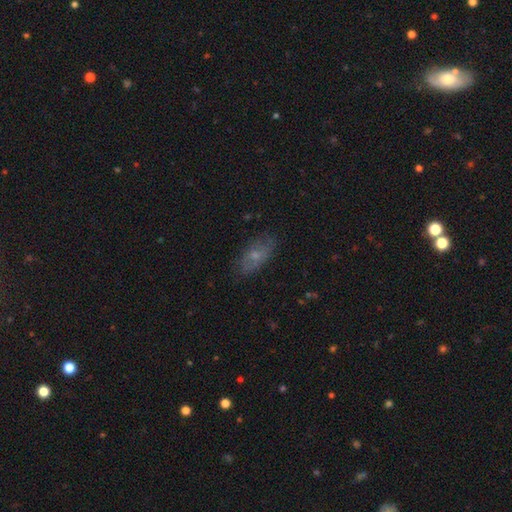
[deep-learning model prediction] smooth 57%, featured or disk 32%, star or artifact 10%. Down the decision tree: how rounded — in between (84%); merging — none (76%).